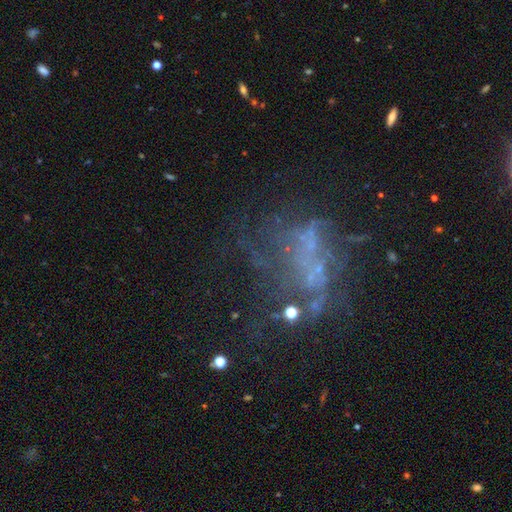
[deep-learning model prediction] smooth_or_featured: featured or disk (p=0.53) [alt: star or artifact p=0.31]
disk_edge_on: no (p=0.97) [alt: yes p=0.03]
bar: no (p=0.90) [alt: weak p=0.07]
has_spiral_arms: no (p=0.91) [alt: yes p=0.09]
bulge_size: none (p=0.82) [alt: small p=0.11]
merging: none (p=0.42) [alt: major disturbance p=0.34]